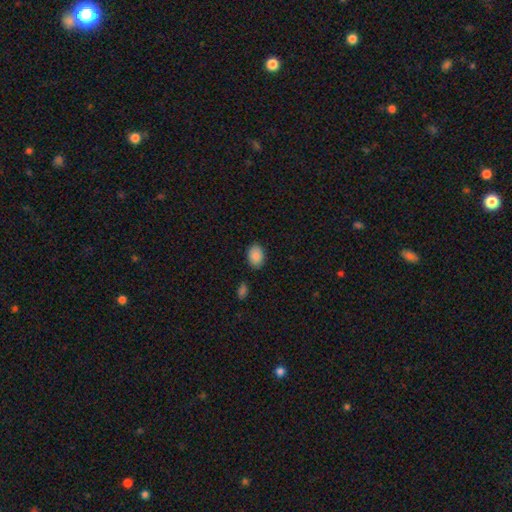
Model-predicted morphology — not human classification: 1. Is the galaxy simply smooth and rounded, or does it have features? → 87% smooth, 8% star or artifact, 5% featured or disk.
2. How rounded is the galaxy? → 78% in between, 21% round, 1% cigar-shaped.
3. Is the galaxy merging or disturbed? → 84% none, 11% minor disturbance, 2% merger, 2% major disturbance.